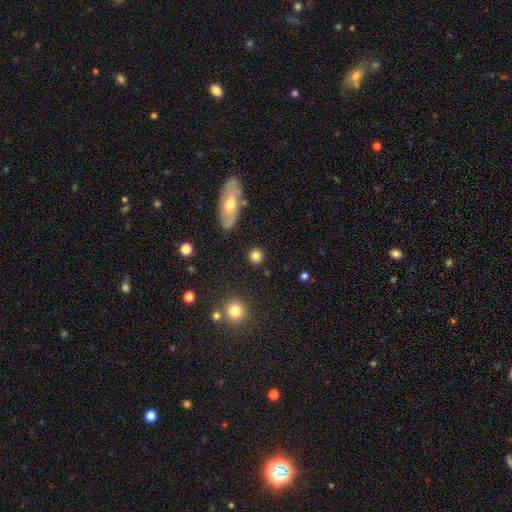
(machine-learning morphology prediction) Smooth or featured?
  - smooth: 83% *
  - star or artifact: 10%
  - featured or disk: 7%
How rounded?
  - round: 90% *
  - in between: 8%
  - cigar-shaped: 2%
Merging?
  - none: 88% *
  - minor disturbance: 7%
  - merger: 3%
  - major disturbance: 3%